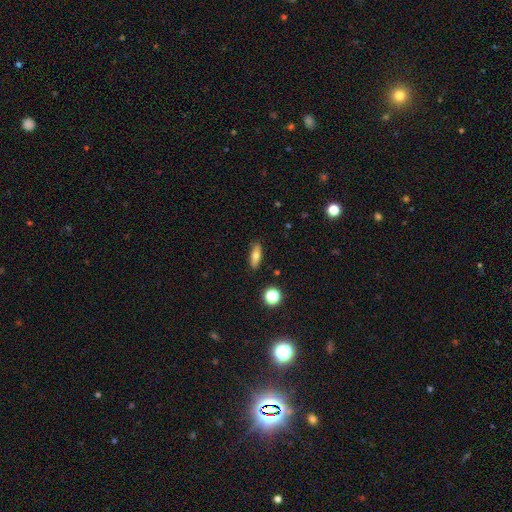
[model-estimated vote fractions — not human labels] Overall: smooth (71%). How rounded: in between (55%; cigar-shaped 40%). Merging: none (88%).